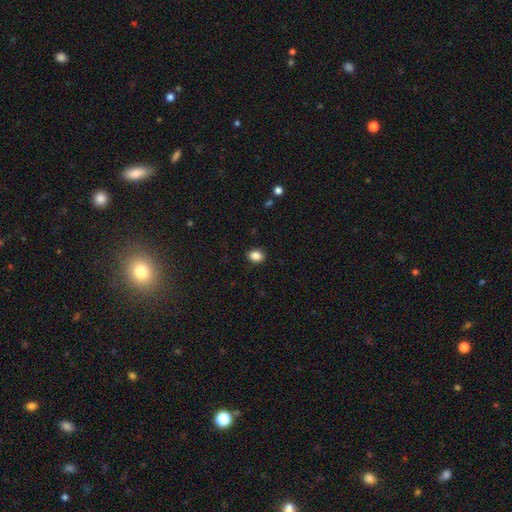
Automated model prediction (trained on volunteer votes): Smooth or featured? Predicted: smooth (p=0.87). How rounded? Predicted: in between (p=0.65). Merging? Predicted: none (p=0.89).